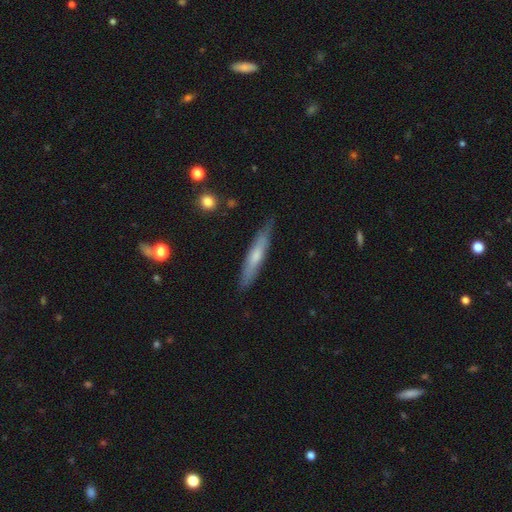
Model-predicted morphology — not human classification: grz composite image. It shows a smooth galaxy with no disk features (53%) that is cigar-shaped (90%). Merging: none (83%).